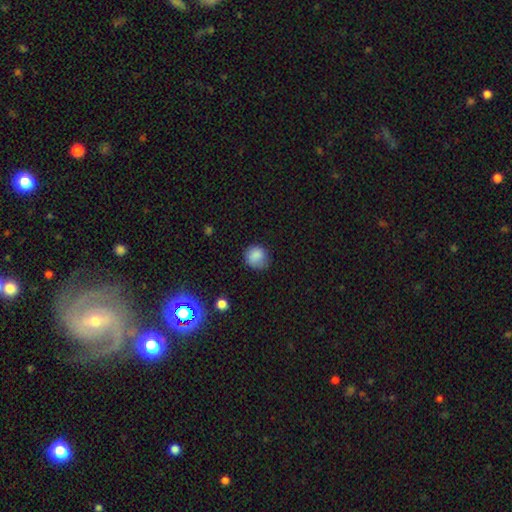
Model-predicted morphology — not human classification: Smooth or featured?
  - smooth: 84% *
  - star or artifact: 10%
  - featured or disk: 6%
How rounded?
  - round: 84% *
  - in between: 16%
  - cigar-shaped: 1%
Merging?
  - none: 72% *
  - minor disturbance: 21%
  - major disturbance: 6%
  - merger: 1%